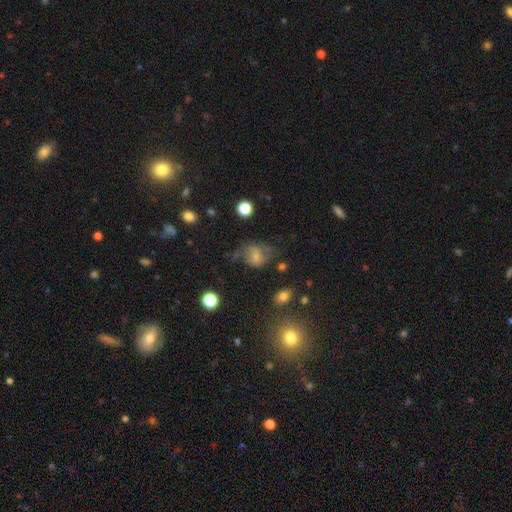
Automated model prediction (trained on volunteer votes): Smooth or featured: smooth — 56% (featured or disk — 30%)
How rounded: round — 55% (in between — 44%)
Merging: none — 42% (major disturbance — 27%)